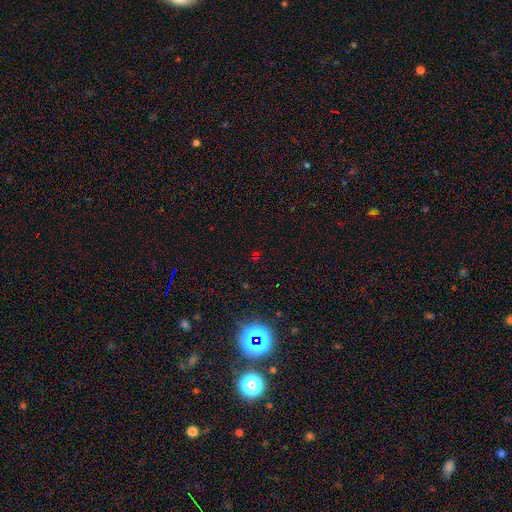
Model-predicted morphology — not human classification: Overall: star or artifact (65%; smooth 27%).